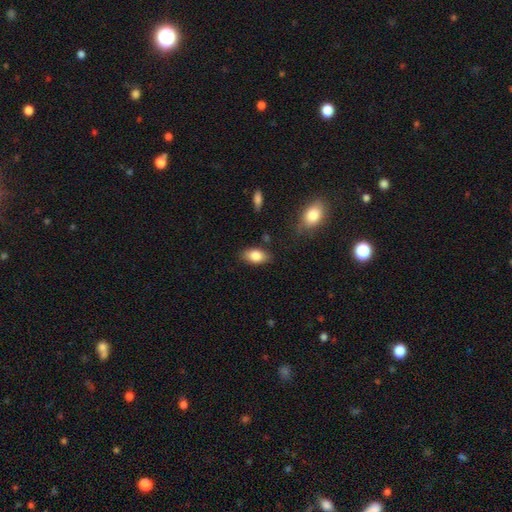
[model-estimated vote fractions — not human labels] smooth_or_featured: smooth (p=0.83) [alt: featured or disk p=0.10]
how_rounded: in between (p=0.90) [alt: round p=0.07]
merging: none (p=0.82) [alt: minor disturbance p=0.13]